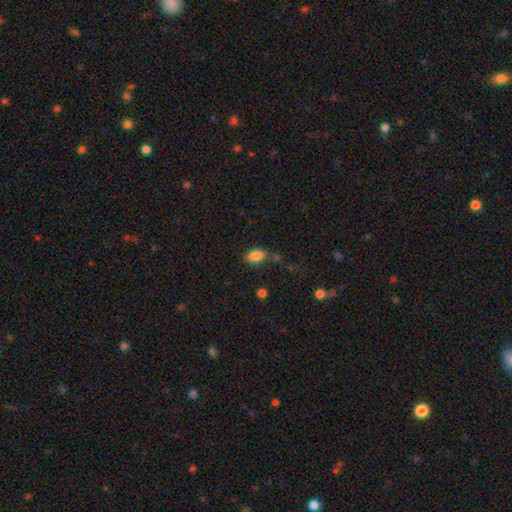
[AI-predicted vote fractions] The model was most divided on "merging": none: 76%, minor disturbance: 14%, merger: 6%, major disturbance: 4%. More confident: how rounded — in between (90%); smooth or featured — smooth (84%).